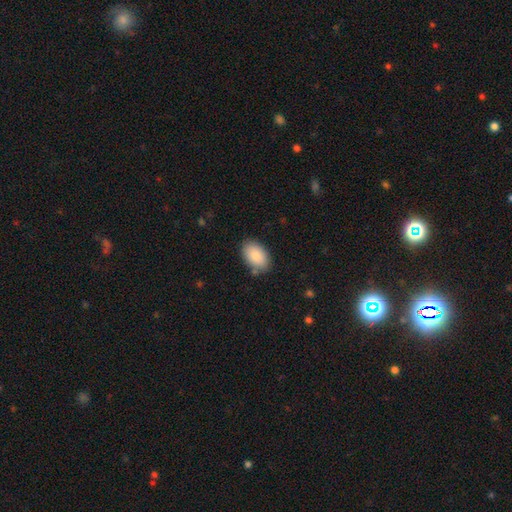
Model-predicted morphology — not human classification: A smooth galaxy with no disk features (88%) that is in between round and cigar-shaped (93%).

Vote fractions:
- Smooth or featured? smooth: 88% / star or artifact: 6% / featured or disk: 5%
- How rounded? in between: 93% / round: 6% / cigar-shaped: 1%
- Merging? none: 83% / minor disturbance: 12% / major disturbance: 3% / merger: 2%